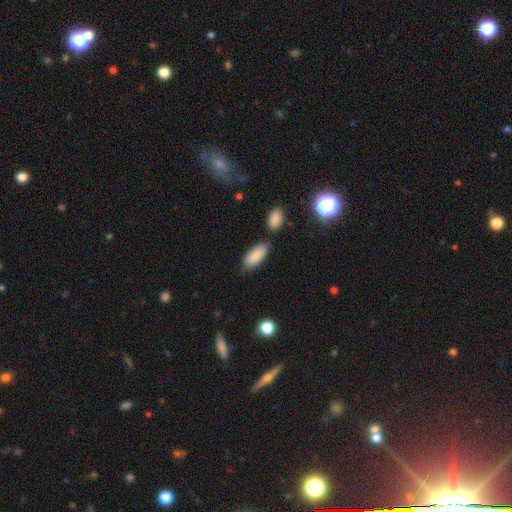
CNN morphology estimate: Q: Smooth or featured?
A: smooth (84%); runner-up: featured or disk (9%)
Q: How rounded?
A: in between (87%); runner-up: cigar-shaped (11%)
Q: Merging?
A: none (70%); runner-up: minor disturbance (16%)